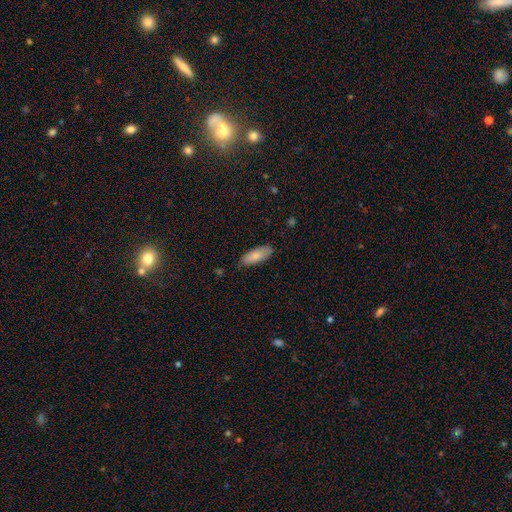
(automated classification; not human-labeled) A smooth galaxy with no disk features (82%) that is in between round and cigar-shaped (74%). Merging: none (84%).